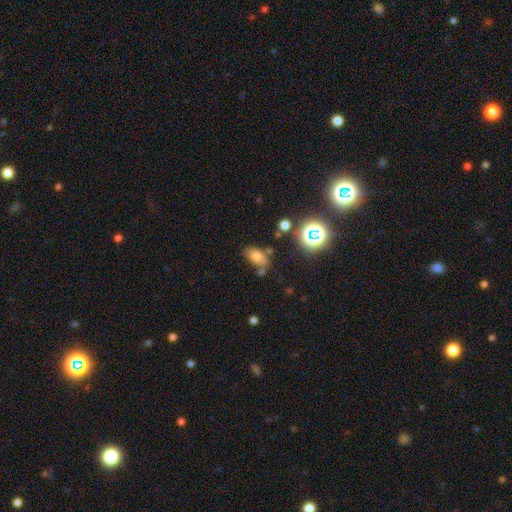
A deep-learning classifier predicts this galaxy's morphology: This appears to be a smooth galaxy with no disk features (72%) that is in between round and cigar-shaped (89%). Merging: none (65%).